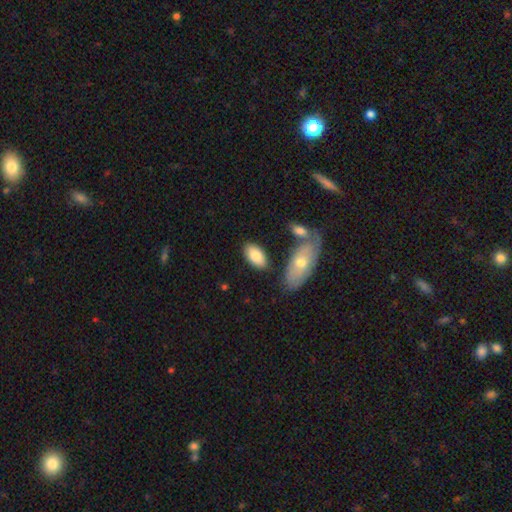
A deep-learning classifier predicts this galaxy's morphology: Overall: smooth (80%). How rounded: in between (93%). Merging: none (77%).